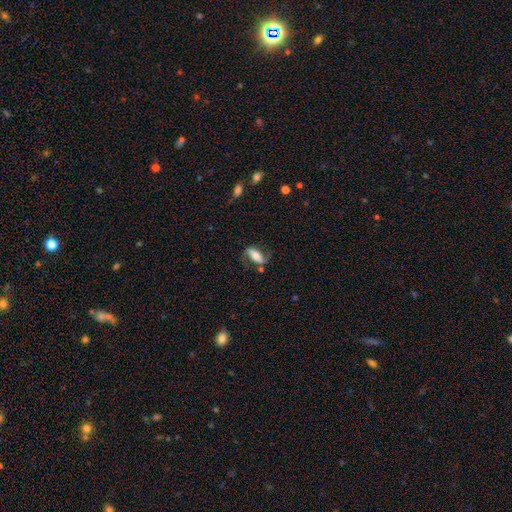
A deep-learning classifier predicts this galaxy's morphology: Q: Smooth or featured?
A: featured or disk (68%); runner-up: smooth (25%)
Q: Edge-on disk?
A: no (85%); runner-up: yes (15%)
Q: Bar?
A: strong (52%); runner-up: no (25%)
Q: Spiral arms?
A: yes (85%); runner-up: no (15%)
Q: Bulge size?
A: moderate (55%); runner-up: small (23%)
Q: Merging?
A: none (64%); runner-up: minor disturbance (18%)